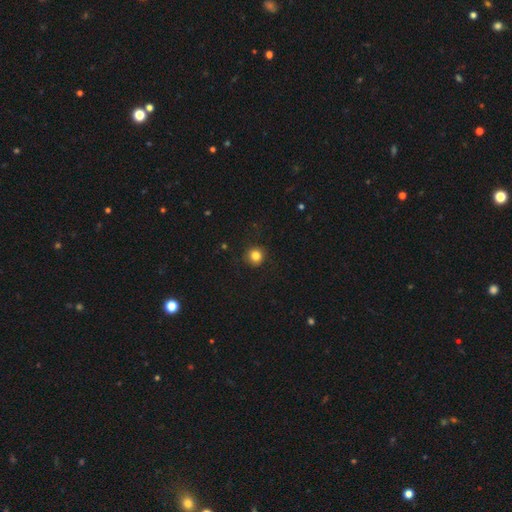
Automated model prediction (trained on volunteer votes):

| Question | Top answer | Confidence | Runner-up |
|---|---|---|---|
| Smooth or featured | smooth | 83% | star or artifact (12%) |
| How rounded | round | 94% | in between (5%) |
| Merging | none | 90% | minor disturbance (7%) |